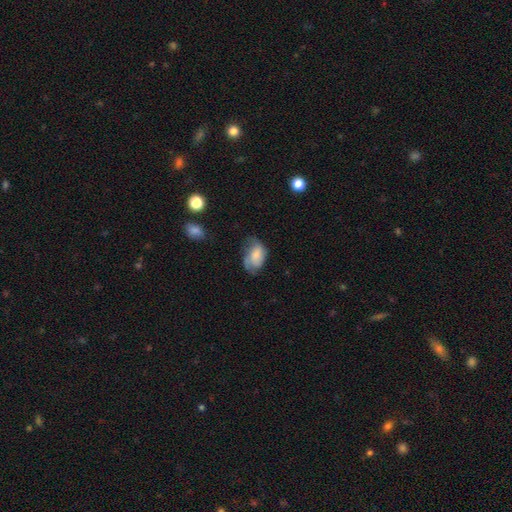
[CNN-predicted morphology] type=smooth (63%); roundness=in between (86%); merging=none (41%).